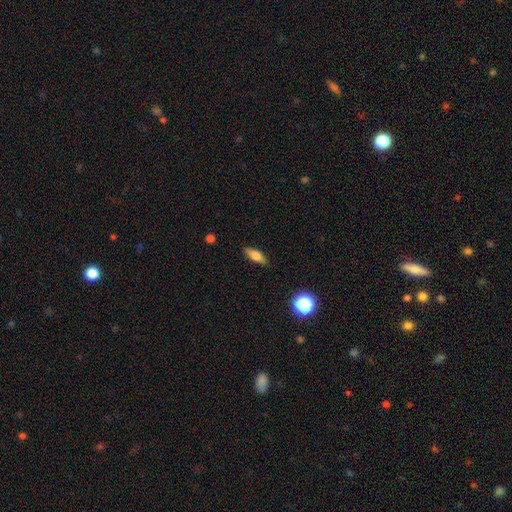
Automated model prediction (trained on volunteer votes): Smooth or featured? Predicted: smooth (p=0.67). How rounded? Predicted: in between (p=0.60). Merging? Predicted: none (p=0.87).